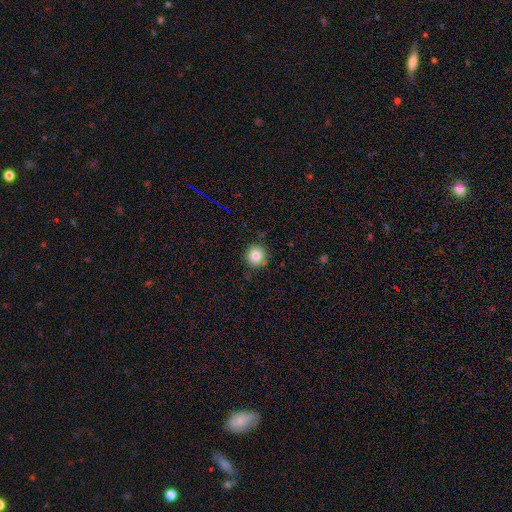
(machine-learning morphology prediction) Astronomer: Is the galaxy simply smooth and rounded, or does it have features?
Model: smooth — 83%.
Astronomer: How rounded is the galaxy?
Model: round — 93%.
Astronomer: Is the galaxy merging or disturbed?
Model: none — 88%.